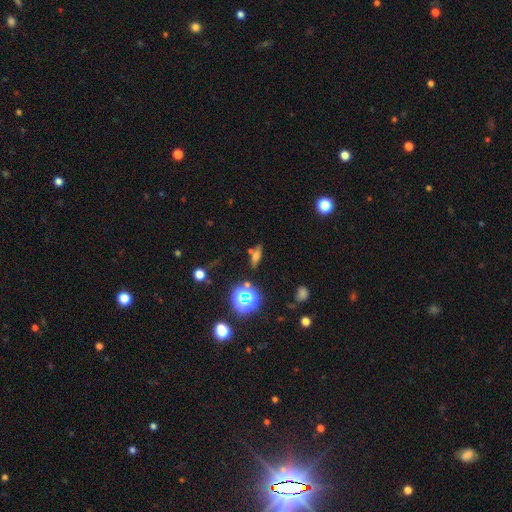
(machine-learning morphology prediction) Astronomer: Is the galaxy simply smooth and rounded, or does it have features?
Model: smooth — 54%.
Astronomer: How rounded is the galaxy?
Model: in between — 50% (runner-up: cigar-shaped, 38%).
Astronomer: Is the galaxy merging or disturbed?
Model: none — 74%.